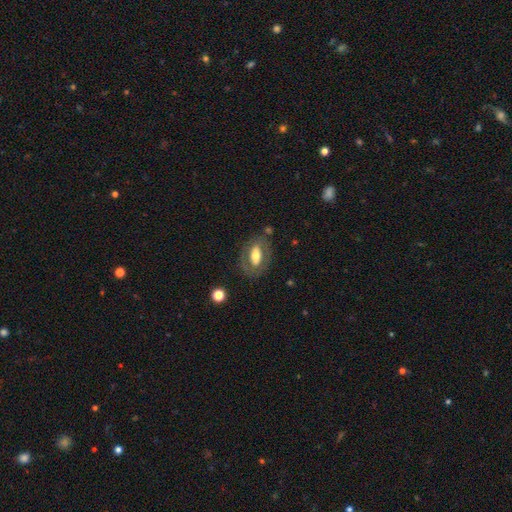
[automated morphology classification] Smooth or featured? Predicted: featured or disk (p=0.52). Edge-on disk? Predicted: no (p=0.88). Merging? Predicted: none (p=0.72).